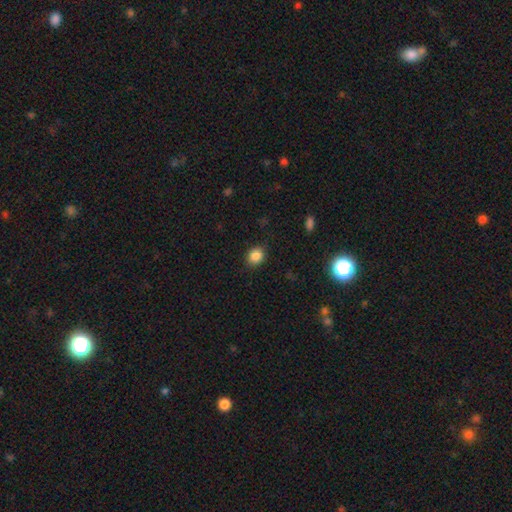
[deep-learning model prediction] Overall: smooth (86%). How rounded: round (62%; in between 37%). Merging: none (87%).